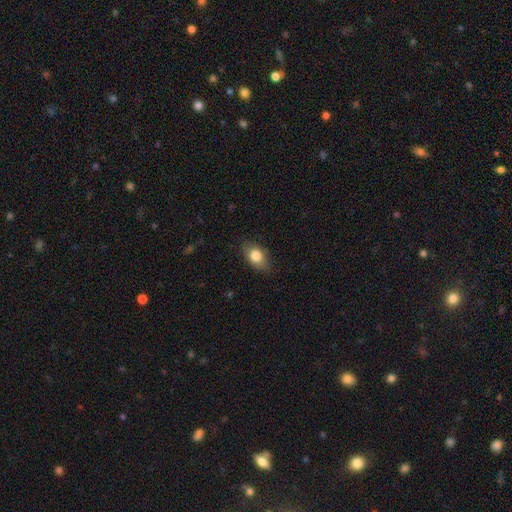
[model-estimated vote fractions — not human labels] smooth-or-featured: smooth: 79% | featured or disk: 13% | star or artifact: 8%
  how-rounded: in between: 84% | round: 12% | cigar-shaped: 4%
  merging: none: 79% | minor disturbance: 16% | major disturbance: 3% | merger: 1%